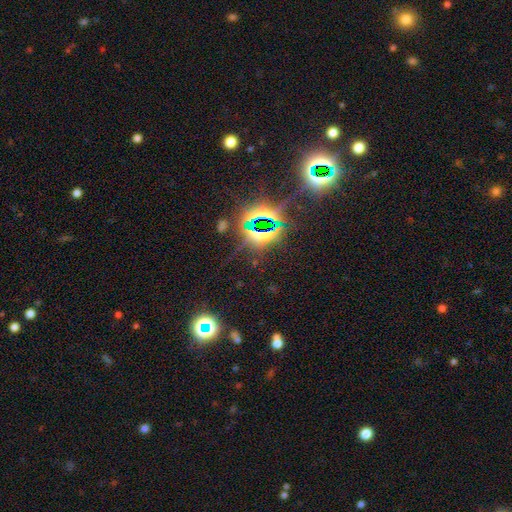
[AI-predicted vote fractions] smooth-or-featured: star or artifact: 79% | smooth: 12% | featured or disk: 10%